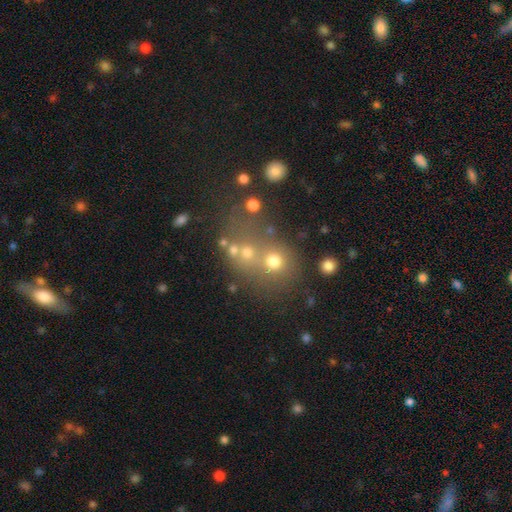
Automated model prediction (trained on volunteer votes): Smooth or featured?
  - smooth: 45% *
  - star or artifact: 35%
  - featured or disk: 20%
Merging?
  - merger: 43% *
  - none: 42%
  - minor disturbance: 9%
  - major disturbance: 7%